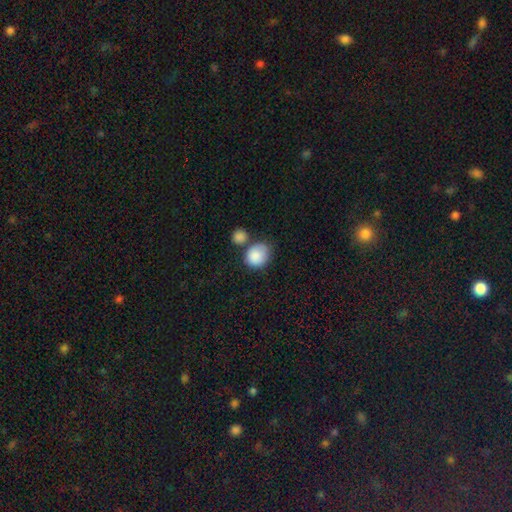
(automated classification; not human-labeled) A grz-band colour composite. It shows a smooth galaxy with no disk features (86%) that is round (61%). Merging: none (50%).